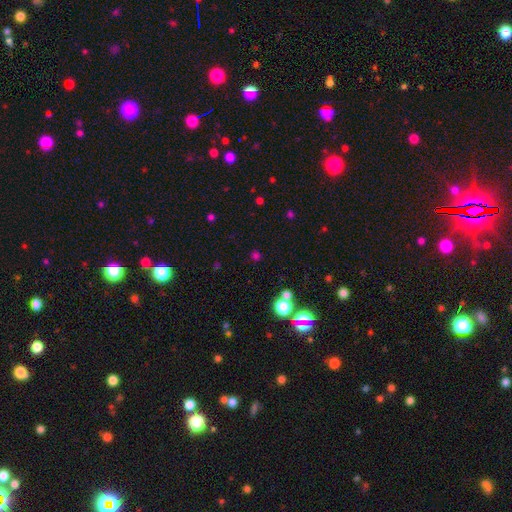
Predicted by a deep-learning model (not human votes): smooth_or_featured: smooth (p=0.56) [alt: star or artifact p=0.37]
how_rounded: round (p=0.86) [alt: in between p=0.12]
merging: none (p=0.76) [alt: merger p=0.11]